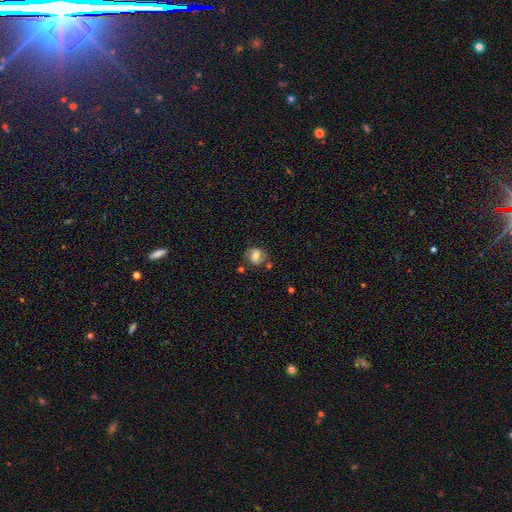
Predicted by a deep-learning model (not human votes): Smooth or featured: smooth — 58% (featured or disk — 31%)
How rounded: round — 71% (in between — 28%)
Merging: none — 65% (minor disturbance — 19%)